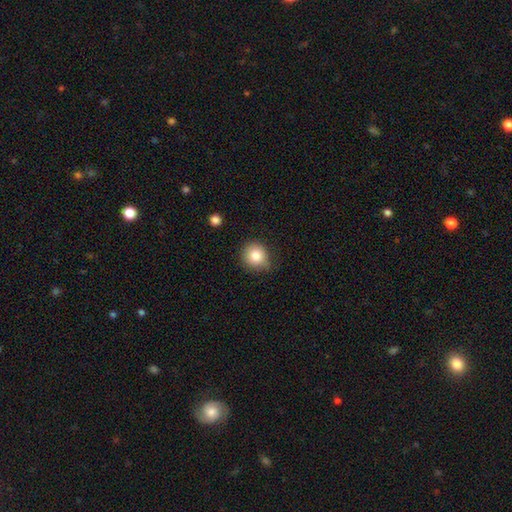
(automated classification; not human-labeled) smooth_or_featured: smooth (p=0.82) [alt: star or artifact p=0.10]
how_rounded: round (p=0.86) [alt: in between p=0.13]
merging: none (p=0.70) [alt: minor disturbance p=0.23]